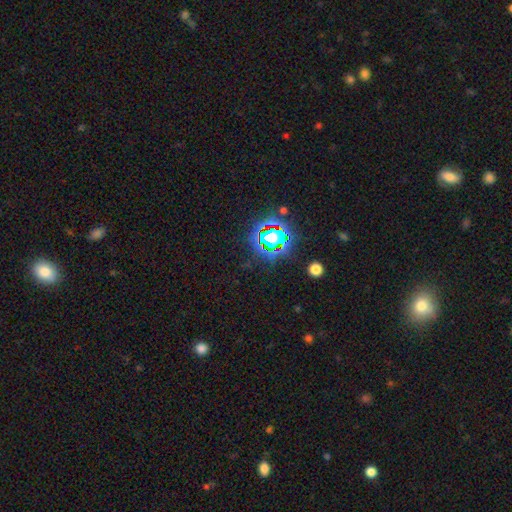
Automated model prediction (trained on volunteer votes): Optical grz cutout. It shows a star or artifact, not a galaxy (79%).